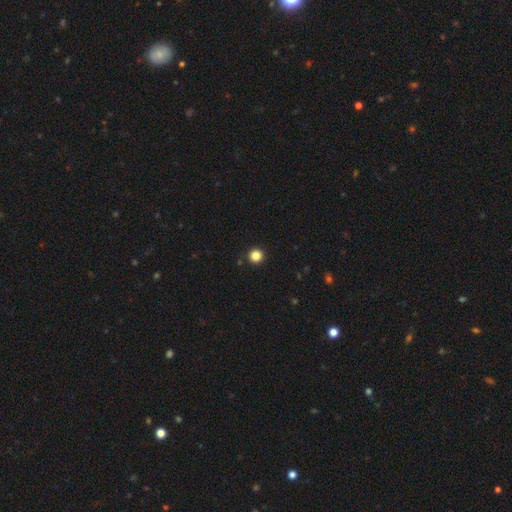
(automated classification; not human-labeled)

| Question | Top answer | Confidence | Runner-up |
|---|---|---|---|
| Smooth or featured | smooth | 85% | star or artifact (12%) |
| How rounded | round | 95% | in between (4%) |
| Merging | none | 93% | minor disturbance (5%) |